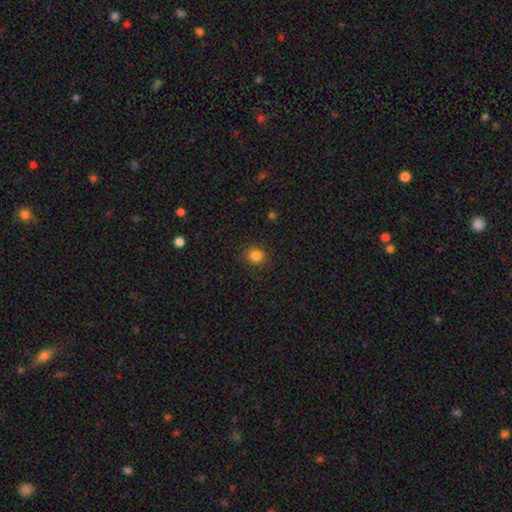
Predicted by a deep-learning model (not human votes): smooth 84%, star or artifact 12%, featured or disk 4%. Down the decision tree: how rounded — round (87%); merging — none (89%).